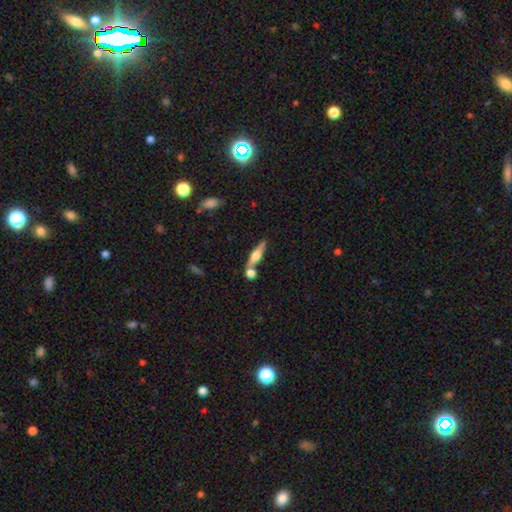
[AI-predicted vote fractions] smooth_or_featured: featured or disk (p=0.65) [alt: smooth p=0.29]
disk_edge_on: yes (p=0.96) [alt: no p=0.04]
edge_on_bulge: rounded (p=0.90) [alt: boxy p=0.07]
merging: none (p=0.67) [alt: merger p=0.20]